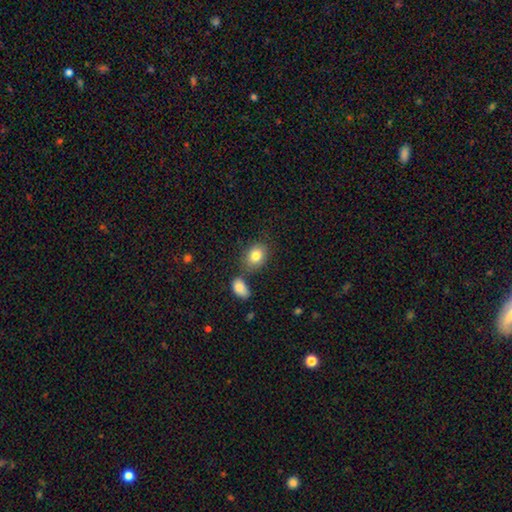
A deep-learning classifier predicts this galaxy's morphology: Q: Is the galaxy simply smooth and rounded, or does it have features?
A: smooth — 83%.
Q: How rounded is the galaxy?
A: in between — 64%.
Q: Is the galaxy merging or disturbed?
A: none — 67%.